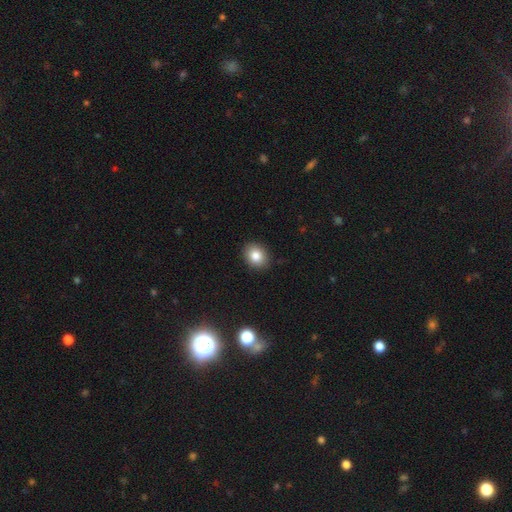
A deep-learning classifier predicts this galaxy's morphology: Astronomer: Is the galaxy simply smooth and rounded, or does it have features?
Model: smooth — 84%.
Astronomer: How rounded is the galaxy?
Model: round — 54% (runner-up: in between, 45%).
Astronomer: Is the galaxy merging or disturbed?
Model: none — 90%.